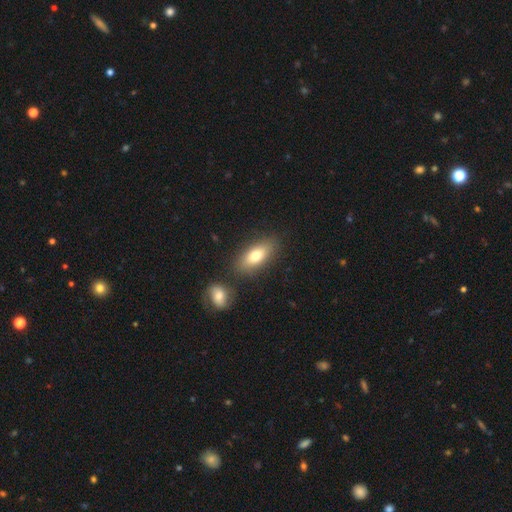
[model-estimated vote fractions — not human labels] Morphology: type=smooth (74%); roundness=in between (82%); merging=none (77%).